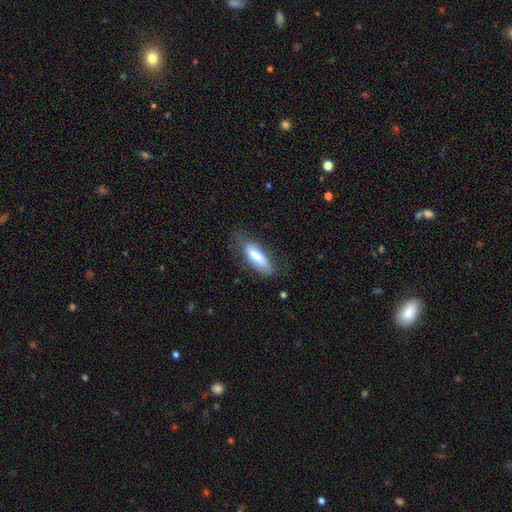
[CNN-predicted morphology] smooth 75%, featured or disk 19%, star or artifact 6%. Down the decision tree: how rounded — in between (58%); merging — none (66%).